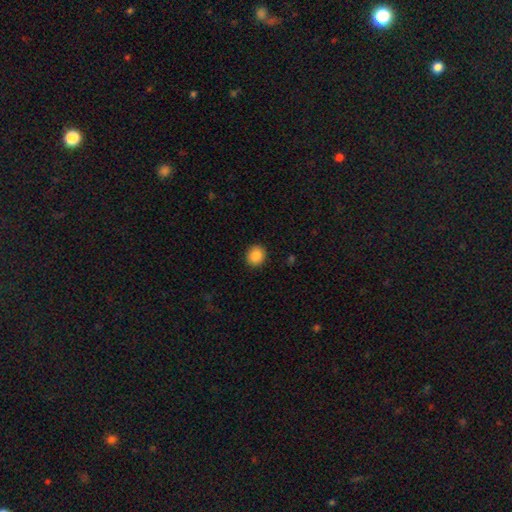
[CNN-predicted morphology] A smooth galaxy with no disk features (87%) that is round (82%).

Vote fractions:
- Smooth or featured? smooth: 87% / star or artifact: 9% / featured or disk: 4%
- How rounded? round: 82% / in between: 17% / cigar-shaped: 1%
- Merging? none: 91% / minor disturbance: 6% / major disturbance: 2% / merger: 1%